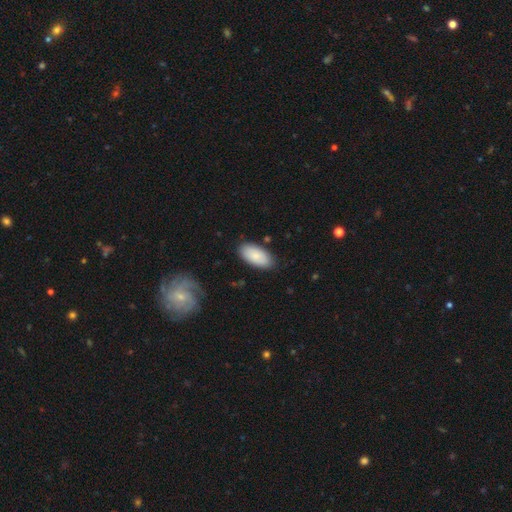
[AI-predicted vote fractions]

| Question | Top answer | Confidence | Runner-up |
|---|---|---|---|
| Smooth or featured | smooth | 85% | featured or disk (9%) |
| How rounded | in between | 94% | cigar-shaped (4%) |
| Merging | none | 83% | minor disturbance (12%) |